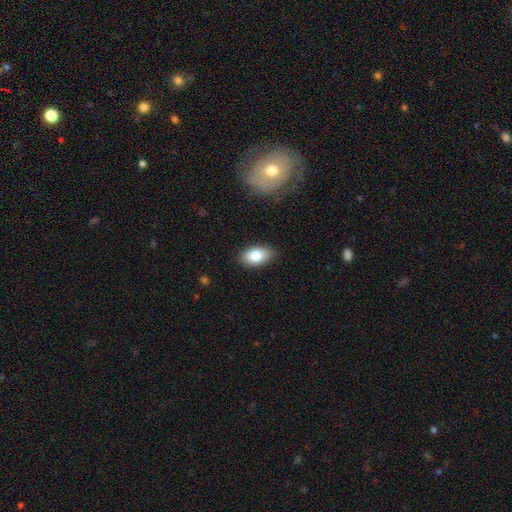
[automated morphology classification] The model was most divided on "smooth or featured": smooth: 80%, featured or disk: 12%, star or artifact: 8%. More confident: how rounded — in between (91%); merging — none (86%).